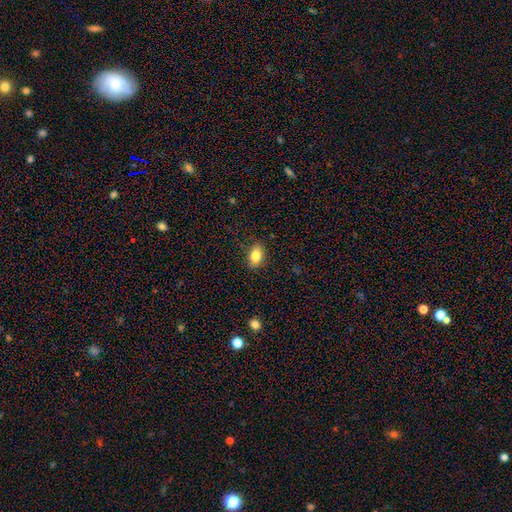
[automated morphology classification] Q: Smooth or featured?
A: smooth (82%); runner-up: featured or disk (9%)
Q: How rounded?
A: in between (86%); runner-up: round (13%)
Q: Merging?
A: none (85%); runner-up: minor disturbance (11%)